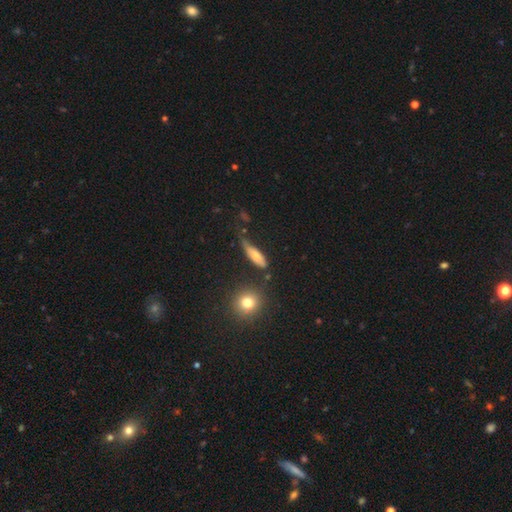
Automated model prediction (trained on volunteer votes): This is likely a smooth galaxy (63%). How rounded: possibly cigar-shaped (48%). Merging: possibly none (48%).